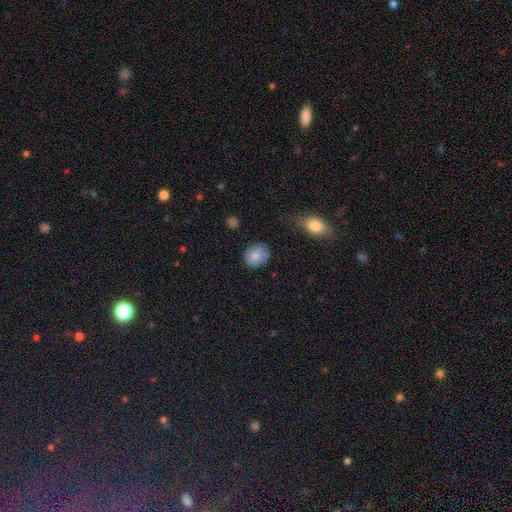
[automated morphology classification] smooth-or-featured: smooth: 81% | featured or disk: 11% | star or artifact: 8%
  how-rounded: round: 72% | in between: 27% | cigar-shaped: 1%
  merging: none: 73% | minor disturbance: 20% | major disturbance: 5% | merger: 2%